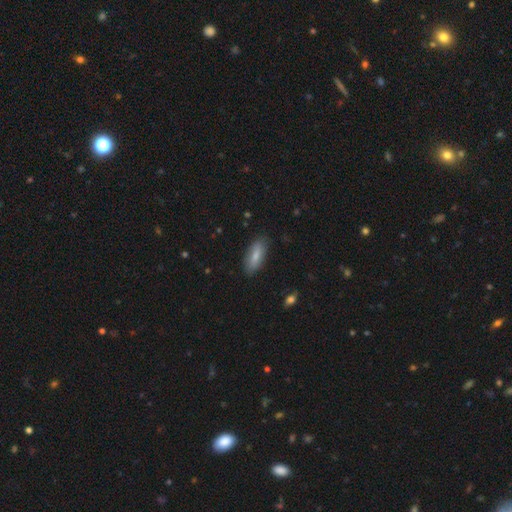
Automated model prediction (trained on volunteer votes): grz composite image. It shows a smooth galaxy with no disk features (76%) that is in between round and cigar-shaped (72%). Merging: none (84%).